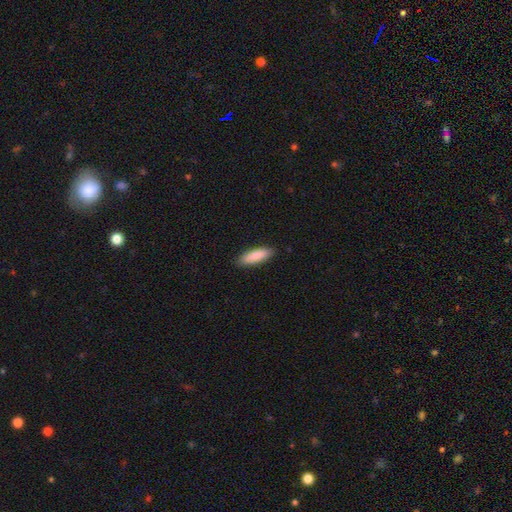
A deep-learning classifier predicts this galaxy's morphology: type=smooth (87%); roundness=in between (49%, tied with cigar-shaped); merging=none (88%).